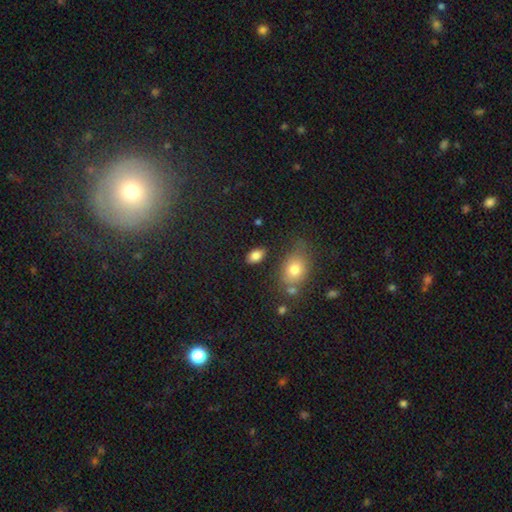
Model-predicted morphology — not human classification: smooth 84%, star or artifact 9%, featured or disk 7%. Down the decision tree: how rounded — in between (89%); merging — none (83%).